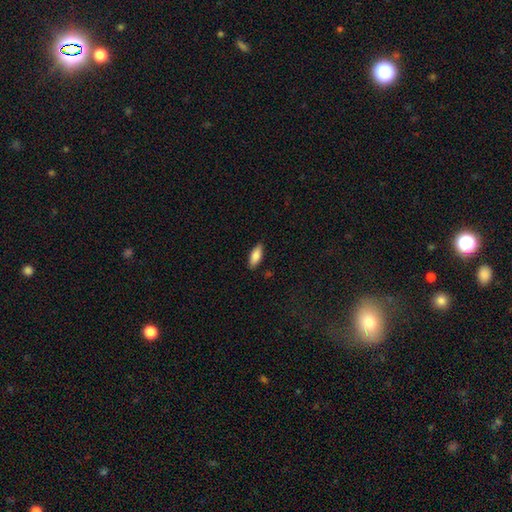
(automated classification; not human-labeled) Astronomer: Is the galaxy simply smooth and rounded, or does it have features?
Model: smooth — 84%.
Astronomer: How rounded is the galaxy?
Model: in between — 77%.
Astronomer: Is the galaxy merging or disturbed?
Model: none — 87%.